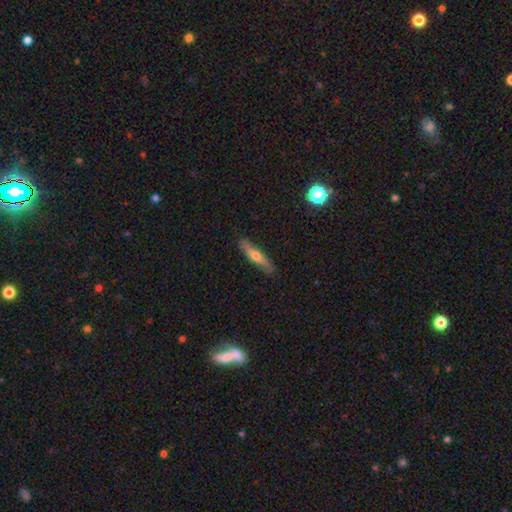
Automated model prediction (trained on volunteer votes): A smooth galaxy with no disk features (50%). Merging: none (85%).